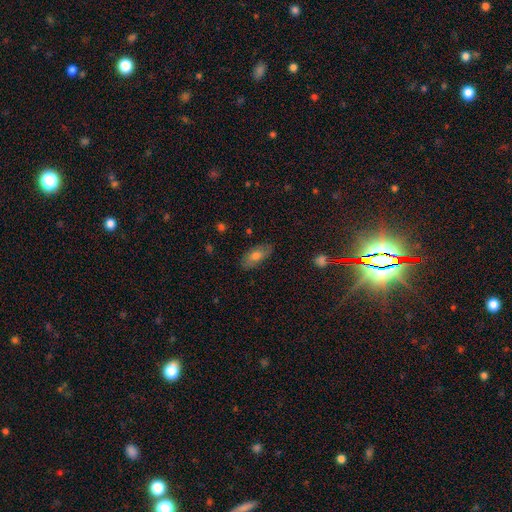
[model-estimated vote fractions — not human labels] The model was most divided on "smooth or featured": smooth: 68%, featured or disk: 24%, star or artifact: 9%. More confident: how rounded — in between (84%); merging — none (82%).